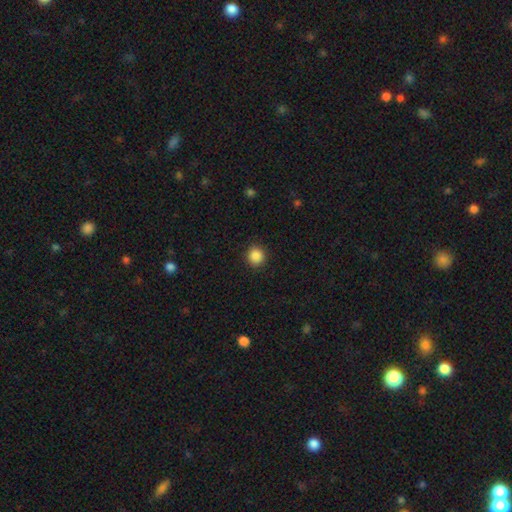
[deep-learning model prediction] Overall: smooth (87%). How rounded: round (92%). Merging: none (91%).